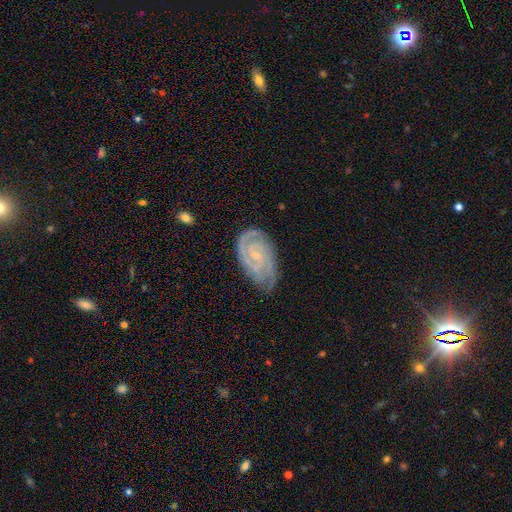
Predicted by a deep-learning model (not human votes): A featured or disk galaxy (89%) with no bar (55%), 2 (59%) tight (72%) spiral arms (98%) and a small central bulge (77%). Merging: none (71%).